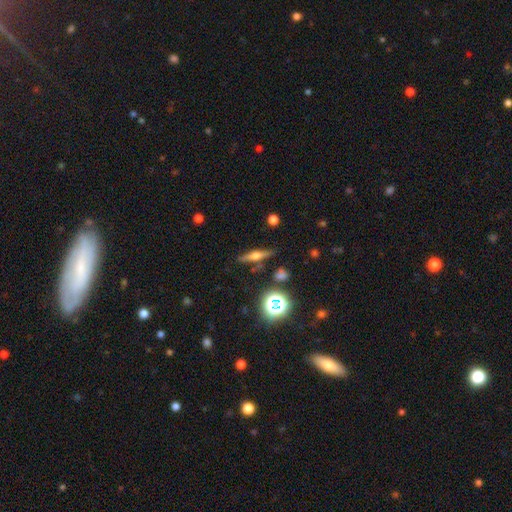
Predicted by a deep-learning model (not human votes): smooth_or_featured: featured or disk (p=0.56) [alt: smooth p=0.32]
disk_edge_on: yes (p=0.94) [alt: no p=0.06]
edge_on_bulge: rounded (p=0.90) [alt: boxy p=0.06]
merging: none (p=0.84) [alt: minor disturbance p=0.10]